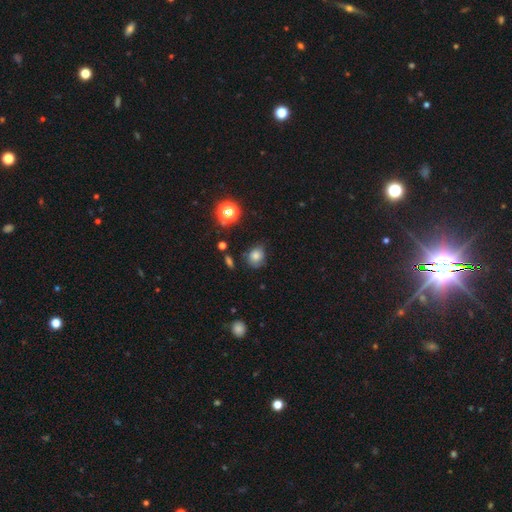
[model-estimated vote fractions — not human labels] smooth 76%, star or artifact 14%, featured or disk 10%. Down the decision tree: how rounded — round (61%); merging — none (62%).